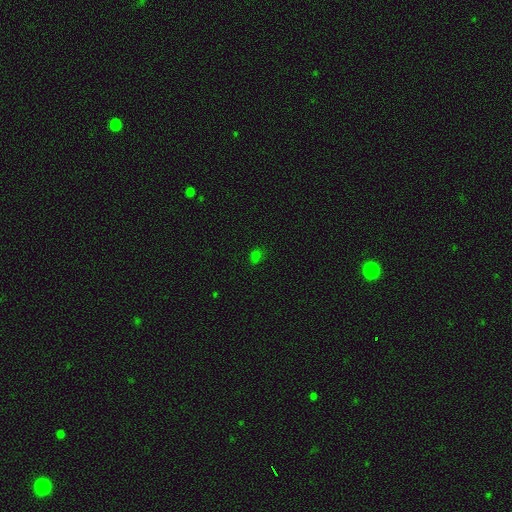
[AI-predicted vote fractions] The model was most divided on "how rounded": in between: 64%, round: 34%, cigar-shaped: 2%. More confident: merging — none (80%); smooth or featured — smooth (70%).